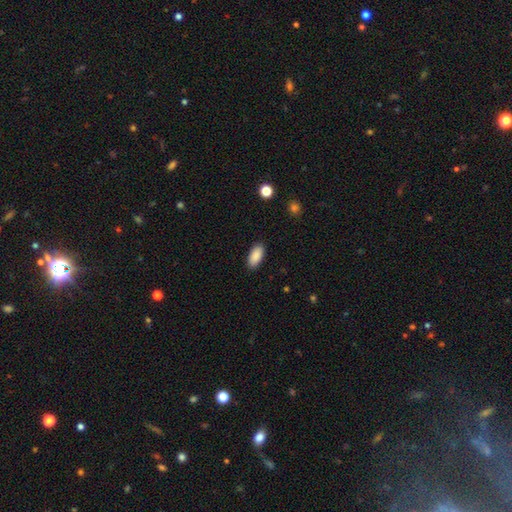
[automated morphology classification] Overall: smooth (90%). How rounded: in between (91%). Merging: none (89%).